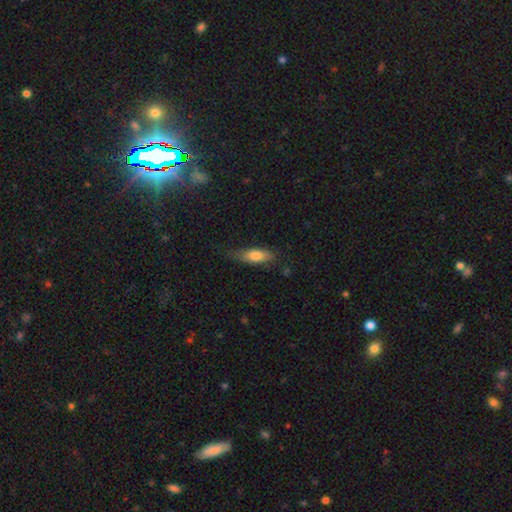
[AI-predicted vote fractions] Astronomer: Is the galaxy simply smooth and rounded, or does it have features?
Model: smooth — 74%.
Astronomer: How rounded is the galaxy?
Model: in between — 64%.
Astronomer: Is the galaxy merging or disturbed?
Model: none — 64%.